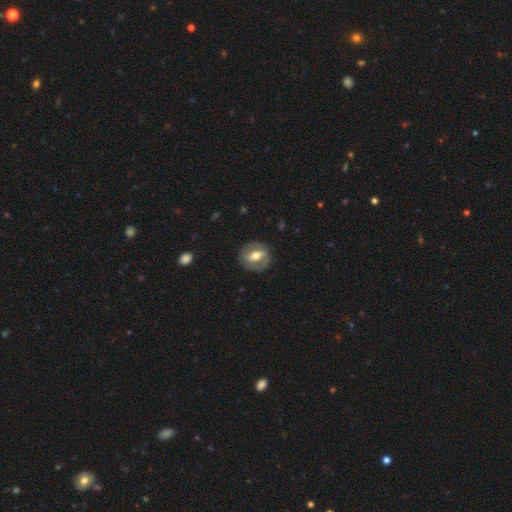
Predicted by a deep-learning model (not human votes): A featured or disk galaxy (66%) with a strong bar (48%), spiral arms (59%) and a moderate central bulge (72%). Merging: none (82%).